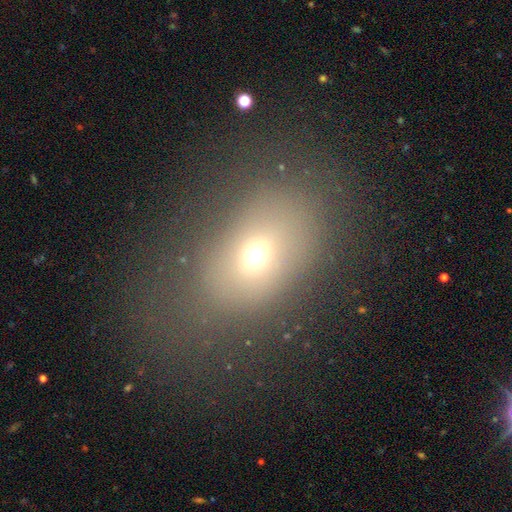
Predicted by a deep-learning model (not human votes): Smooth or featured? smooth (63%)
How rounded? in between (69%)
Merging? none (62%)